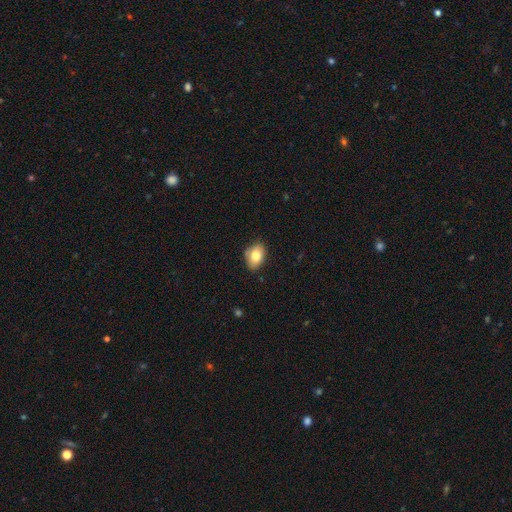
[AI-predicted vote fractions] Smooth or featured?
  - smooth: 80% *
  - featured or disk: 12%
  - star or artifact: 8%
How rounded?
  - in between: 81% *
  - round: 18%
  - cigar-shaped: 1%
Merging?
  - none: 75% *
  - minor disturbance: 19%
  - major disturbance: 3%
  - merger: 2%